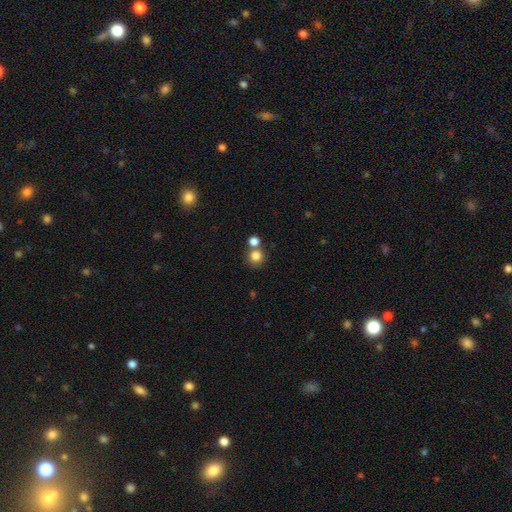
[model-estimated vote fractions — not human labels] The model was most divided on "merging": none: 63%, merger: 27%, minor disturbance: 8%, major disturbance: 3%. More confident: how rounded — round (90%); smooth or featured — smooth (81%).